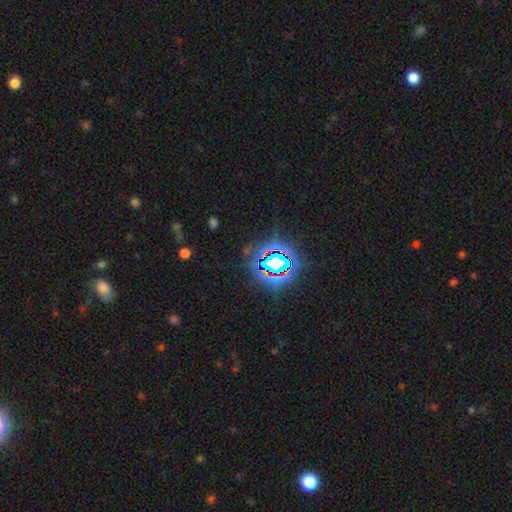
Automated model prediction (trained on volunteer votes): Q: Smooth or featured?
A: star or artifact (83%); runner-up: smooth (11%)